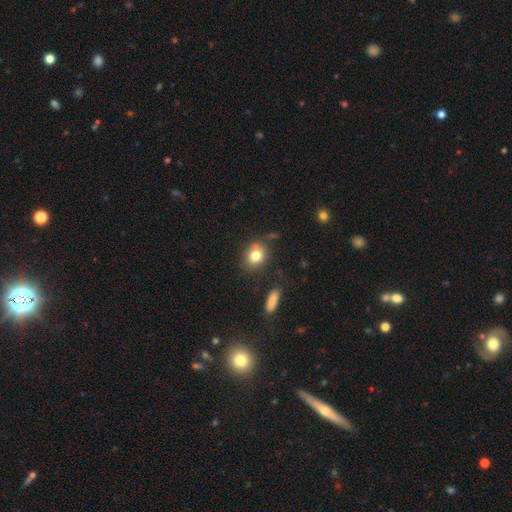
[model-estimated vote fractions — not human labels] Smooth or featured: smooth — 80% (star or artifact — 10%)
How rounded: round — 56% (in between — 42%)
Merging: none — 68% (minor disturbance — 18%)